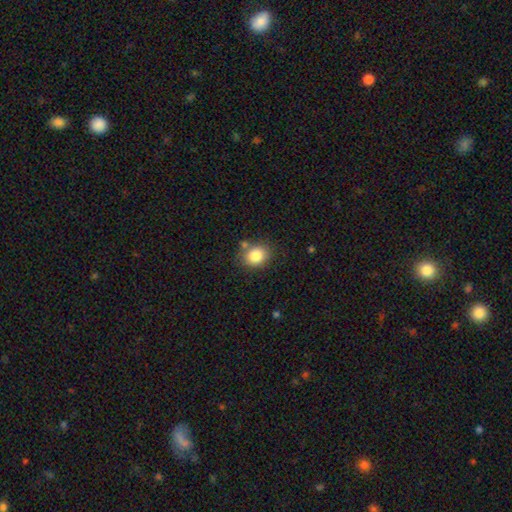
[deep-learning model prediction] The model was most divided on "how rounded": round: 60%, in between: 40%, cigar-shaped: 1%. More confident: smooth or featured — smooth (83%); merging — none (74%).